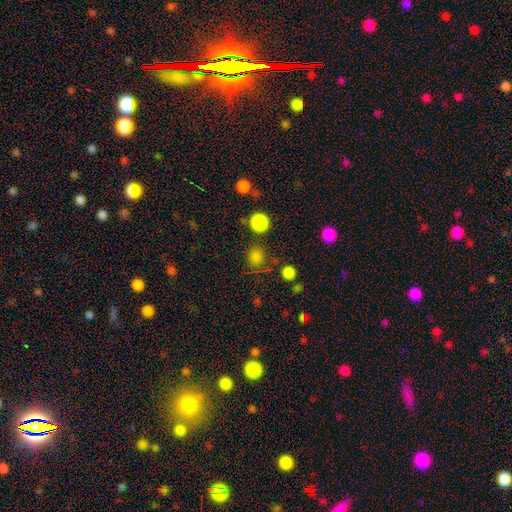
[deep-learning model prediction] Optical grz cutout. It shows a smooth galaxy with no disk features (77%) that is round (88%). Merging: none (76%).